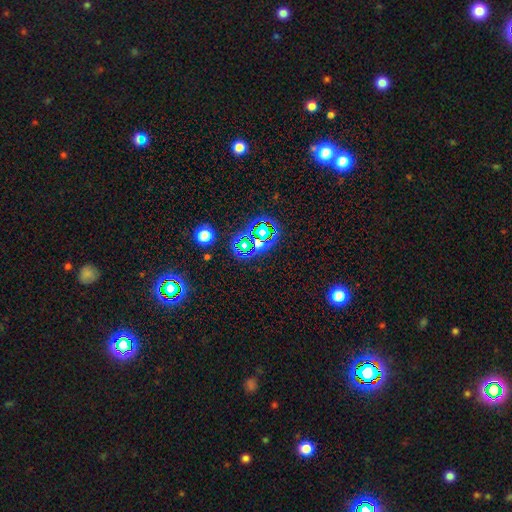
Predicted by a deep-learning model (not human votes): smooth-or-featured: star or artifact: 73% | smooth: 18% | featured or disk: 9%